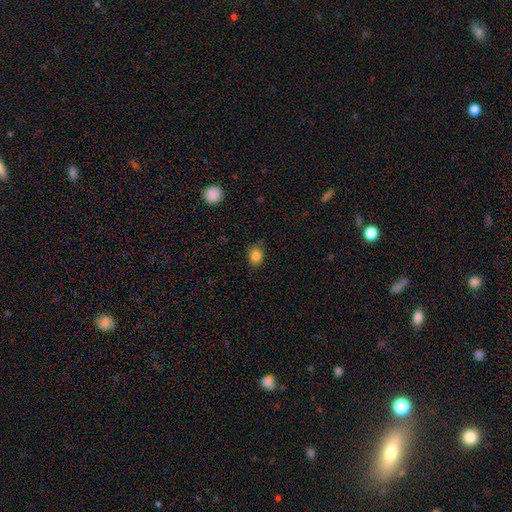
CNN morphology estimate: smooth-or-featured: smooth: 84% | star or artifact: 11% | featured or disk: 5%
  how-rounded: round: 60% | in between: 39% | cigar-shaped: 1%
  merging: none: 75% | minor disturbance: 20% | major disturbance: 4% | merger: 1%